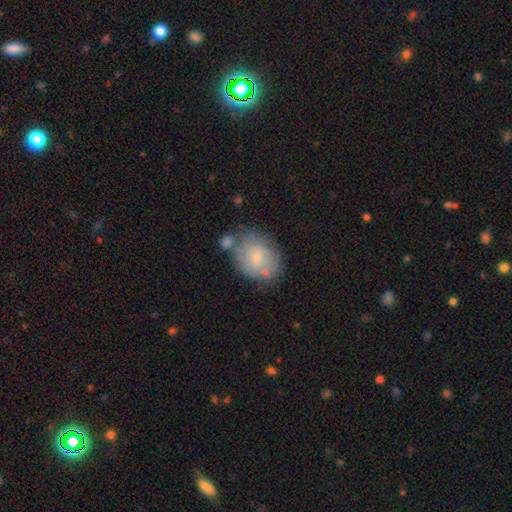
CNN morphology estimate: Smooth or featured? Predicted: smooth (p=0.66). How rounded? Predicted: in between (p=0.54). Merging? Predicted: none (p=0.59).